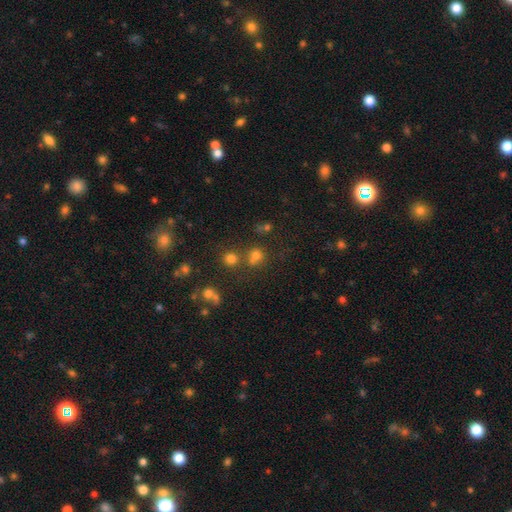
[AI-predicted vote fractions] Overall: smooth (70%). How rounded: round (84%). Merging: none (60%; merger 27%).